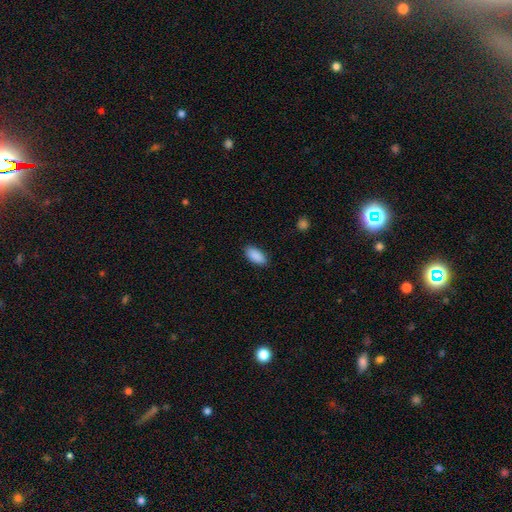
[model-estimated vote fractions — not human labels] Smooth or featured?
  - smooth: 91% *
  - star or artifact: 6%
  - featured or disk: 3%
How rounded?
  - in between: 92% *
  - cigar-shaped: 6%
  - round: 2%
Merging?
  - none: 88% *
  - minor disturbance: 9%
  - major disturbance: 2%
  - merger: 1%